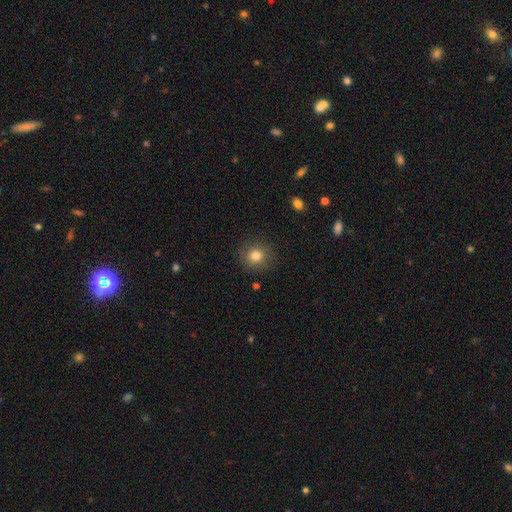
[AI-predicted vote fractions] Morphology: type=smooth (81%); roundness=round (88%); merging=none (87%).